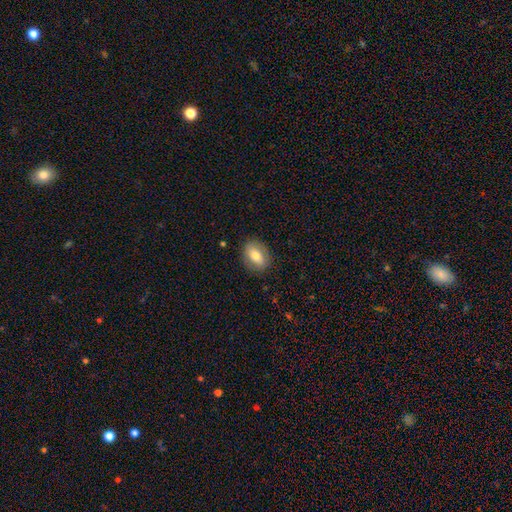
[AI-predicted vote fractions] smooth_or_featured: smooth (p=0.68) [alt: featured or disk p=0.24]
how_rounded: in between (p=0.74) [alt: round p=0.24]
merging: none (p=0.85) [alt: minor disturbance p=0.11]